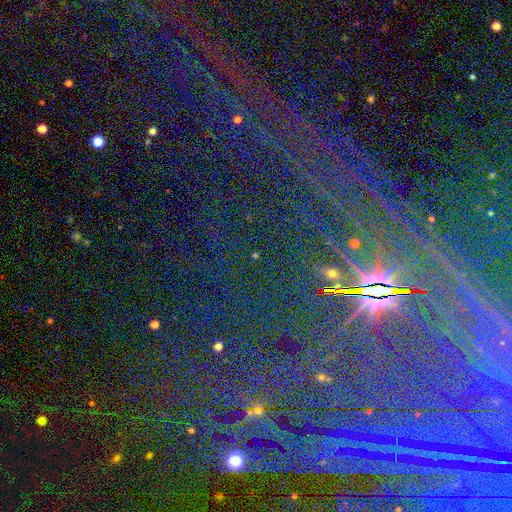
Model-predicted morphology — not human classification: Smooth or featured? Predicted: star or artifact (p=0.84).